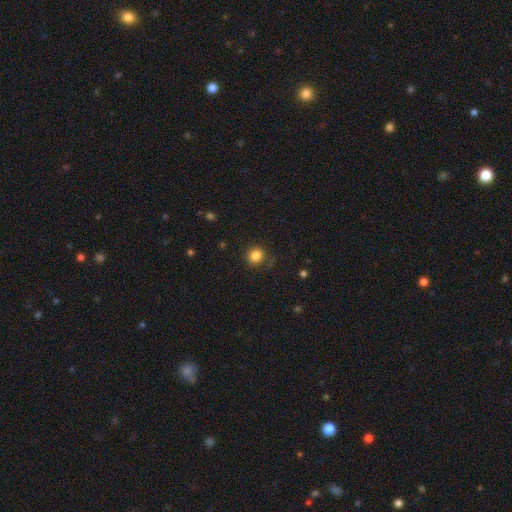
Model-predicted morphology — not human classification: Overall: smooth (84%). How rounded: round (88%). Merging: none (82%).